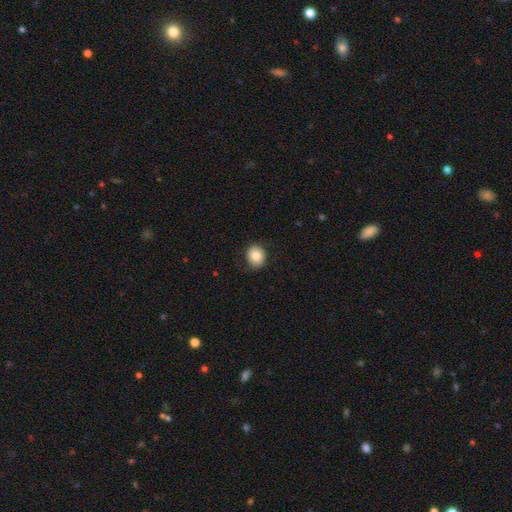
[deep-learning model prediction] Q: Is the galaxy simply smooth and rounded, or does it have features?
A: smooth — 81%.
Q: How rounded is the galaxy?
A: round — 75%.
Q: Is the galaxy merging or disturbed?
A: none — 81%.